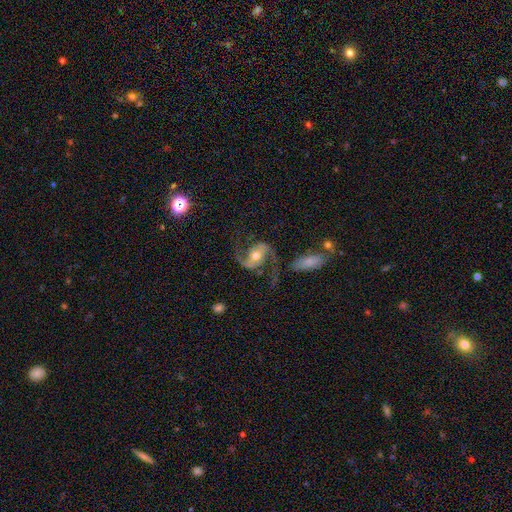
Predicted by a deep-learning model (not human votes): This is clearly a featured or disk galaxy (89%). It is clearly not viewed edge-on (97%). Bar: marginally weak (36%). Spiral arm pattern: clearly yes (97%). Spiral arm count: clearly 2 (94%). Spiral winding: possibly loose (54%). Central bulge: likely moderate (73%). Merging: likely none (70%).